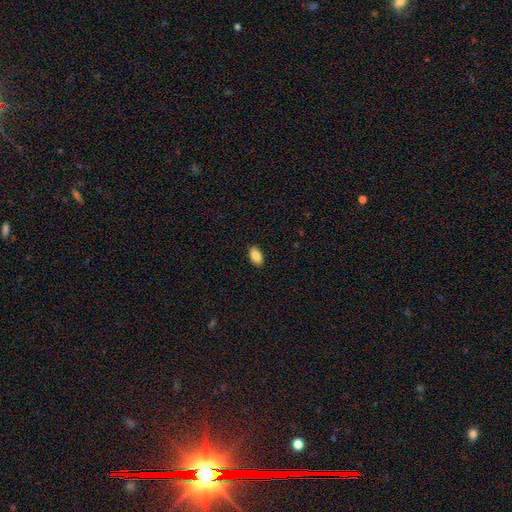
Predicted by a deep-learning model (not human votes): Q: Smooth or featured?
A: smooth (87%); runner-up: star or artifact (7%)
Q: How rounded?
A: in between (93%); runner-up: round (4%)
Q: Merging?
A: none (90%); runner-up: minor disturbance (8%)